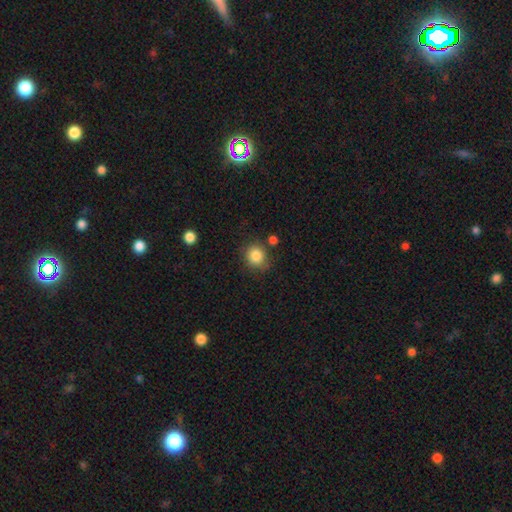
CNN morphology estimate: This is clearly a smooth galaxy (85%). How rounded: clearly round (82%). Merging: likely none (77%).